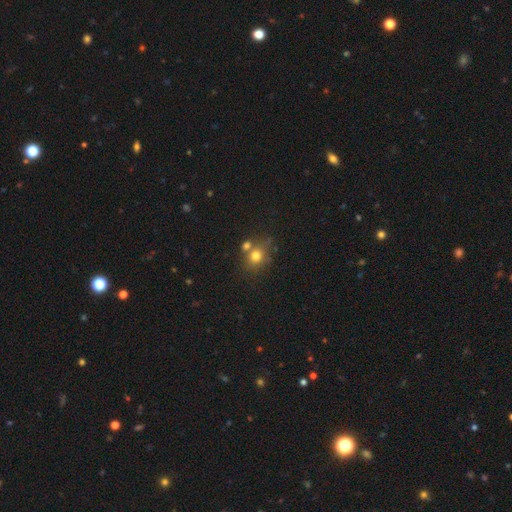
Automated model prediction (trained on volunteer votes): smooth 75%, star or artifact 13%, featured or disk 11%. Down the decision tree: how rounded — round (72%); merging — none (54%).